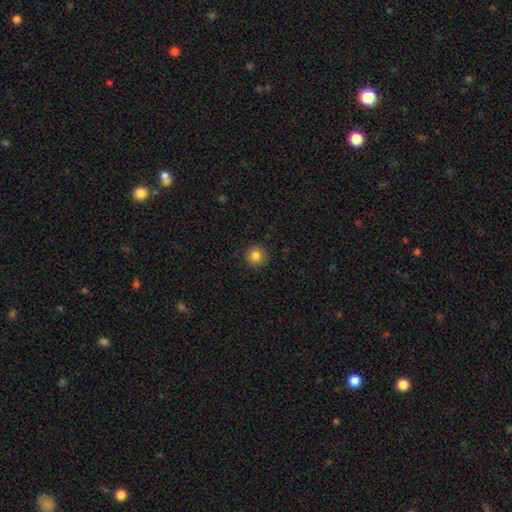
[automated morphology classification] This appears to be a smooth galaxy with no disk features (84%) that is round (94%). Merging: none (91%).